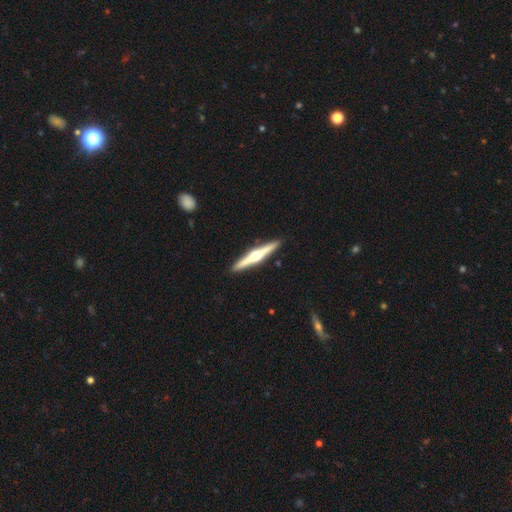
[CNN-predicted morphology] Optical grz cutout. It shows a featured or disk galaxy (78%) viewed edge-on (98%) with a rounded central bulge (95%). Merging: none (93%).